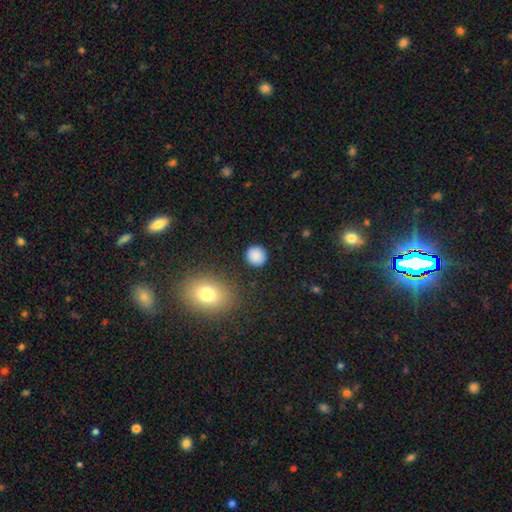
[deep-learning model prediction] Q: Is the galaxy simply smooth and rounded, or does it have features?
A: smooth — 86%.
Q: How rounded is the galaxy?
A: round — 92%.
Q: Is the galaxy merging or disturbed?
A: none — 89%.